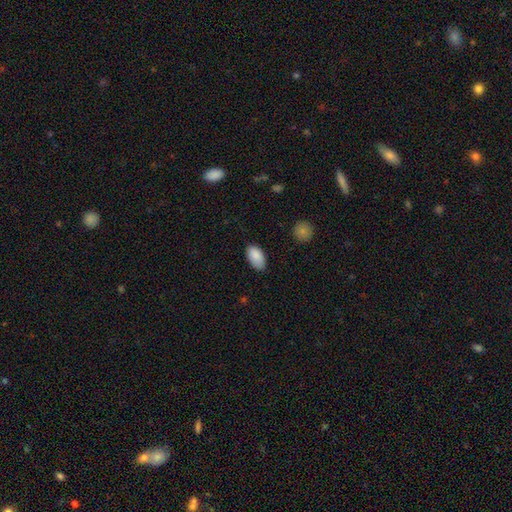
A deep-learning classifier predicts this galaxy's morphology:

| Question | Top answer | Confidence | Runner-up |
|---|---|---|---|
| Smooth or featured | smooth | 89% | star or artifact (7%) |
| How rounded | in between | 95% | round (3%) |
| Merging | none | 79% | minor disturbance (17%) |